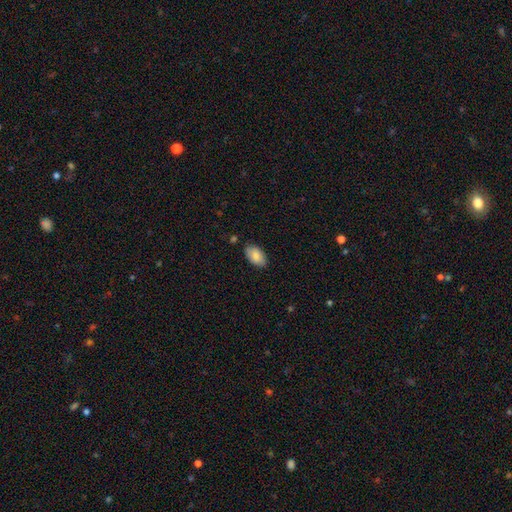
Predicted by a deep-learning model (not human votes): smooth-or-featured: smooth: 82% | featured or disk: 11% | star or artifact: 7%
  how-rounded: in between: 94% | round: 4% | cigar-shaped: 1%
  merging: none: 84% | minor disturbance: 12% | major disturbance: 2% | merger: 2%